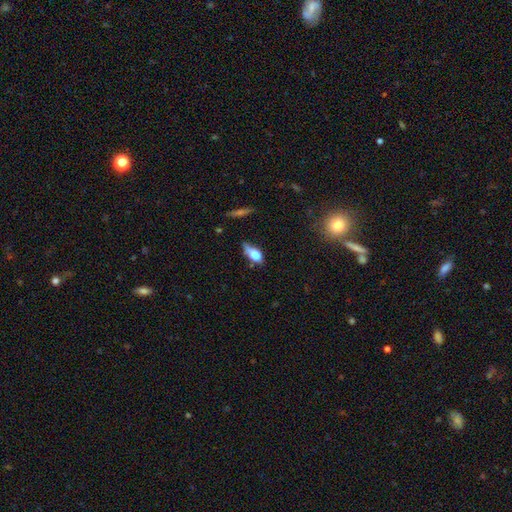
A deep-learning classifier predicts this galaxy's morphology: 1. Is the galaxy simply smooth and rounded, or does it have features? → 64% smooth, 26% featured or disk, 11% star or artifact.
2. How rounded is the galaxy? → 78% in between, 13% cigar-shaped, 10% round.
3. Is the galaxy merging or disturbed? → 40% none, 35% minor disturbance, 19% major disturbance, 6% merger.